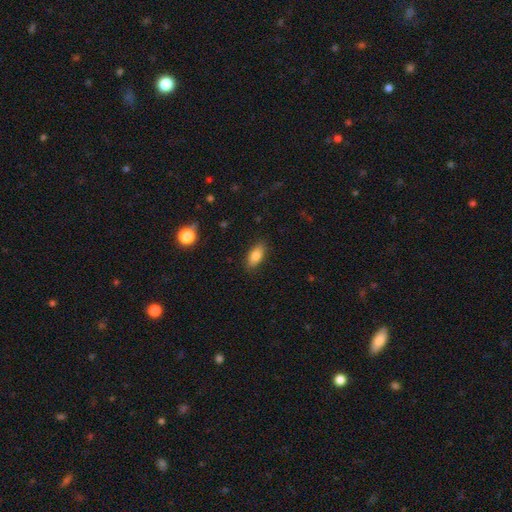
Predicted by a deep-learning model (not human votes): Smooth or featured? Predicted: smooth (p=0.81). How rounded? Predicted: in between (p=0.85). Merging? Predicted: none (p=0.86).